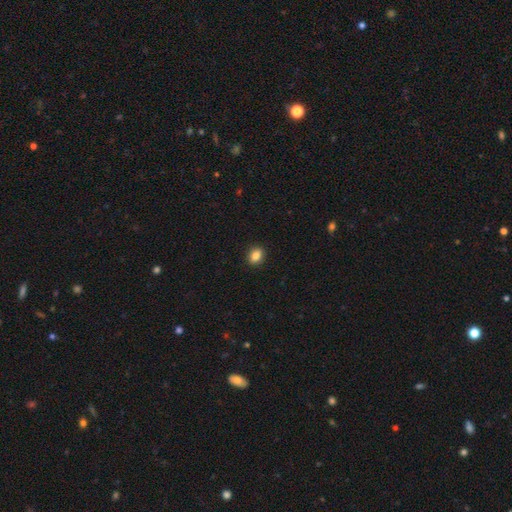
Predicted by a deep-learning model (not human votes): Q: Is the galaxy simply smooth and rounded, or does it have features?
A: smooth — 86%.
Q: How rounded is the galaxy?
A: in between — 60%.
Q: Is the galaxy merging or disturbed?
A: none — 91%.